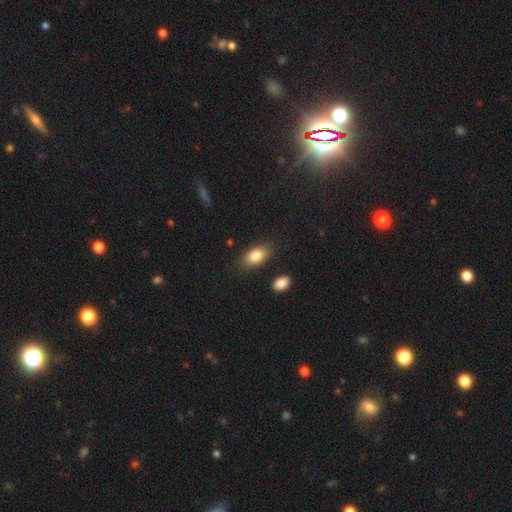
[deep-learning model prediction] Smooth or featured: smooth — 85% (featured or disk — 8%)
How rounded: in between — 90% (round — 7%)
Merging: none — 83% (minor disturbance — 11%)